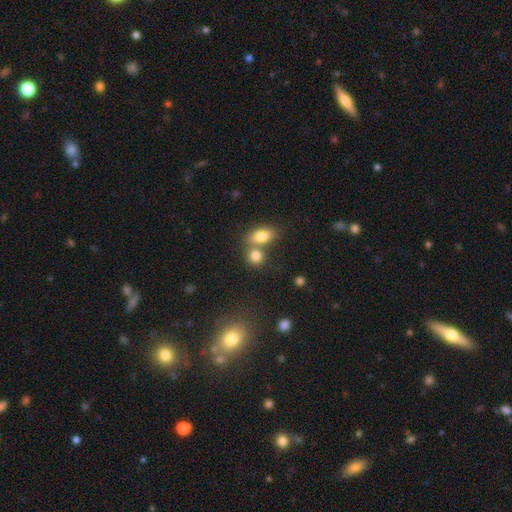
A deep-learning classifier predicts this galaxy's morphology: Smooth or featured? smooth (80%)
How rounded? round (53%)
Merging? merger (45%)